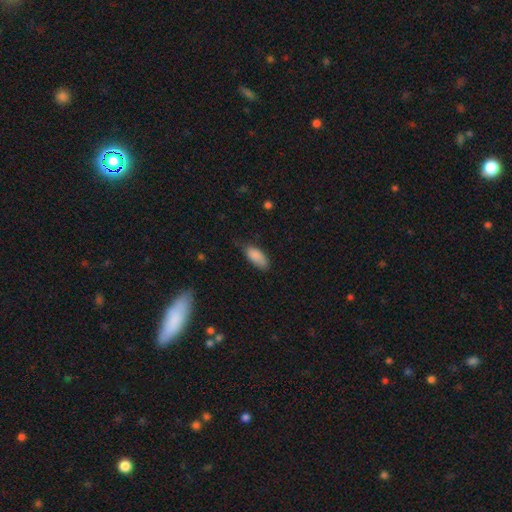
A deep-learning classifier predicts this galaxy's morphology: Smooth or featured: smooth — 87% (star or artifact — 7%)
How rounded: in between — 89% (cigar-shaped — 9%)
Merging: none — 60% (minor disturbance — 32%)